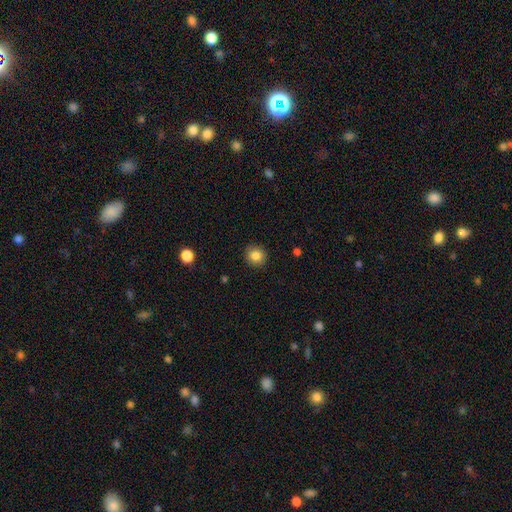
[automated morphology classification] This is clearly a smooth galaxy (84%). How rounded: clearly round (88%). Merging: clearly none (90%).